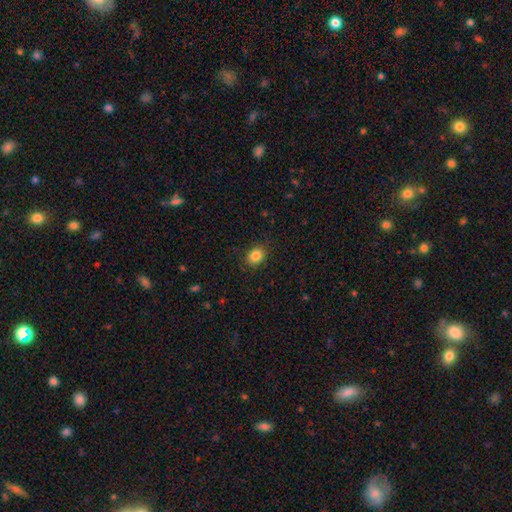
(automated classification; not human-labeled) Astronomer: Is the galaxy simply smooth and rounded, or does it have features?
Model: smooth — 85%.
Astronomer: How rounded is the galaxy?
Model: in between — 50% (runner-up: round, 49%).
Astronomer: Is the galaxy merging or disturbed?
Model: none — 86%.